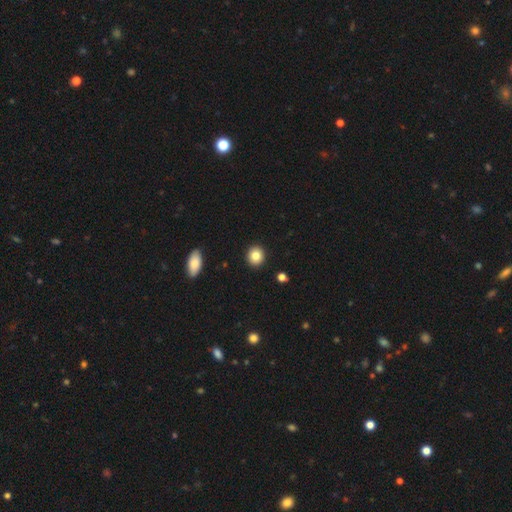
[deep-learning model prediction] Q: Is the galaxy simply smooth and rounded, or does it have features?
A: smooth — 84%.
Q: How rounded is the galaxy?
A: round — 82%.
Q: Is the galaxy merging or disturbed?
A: none — 92%.